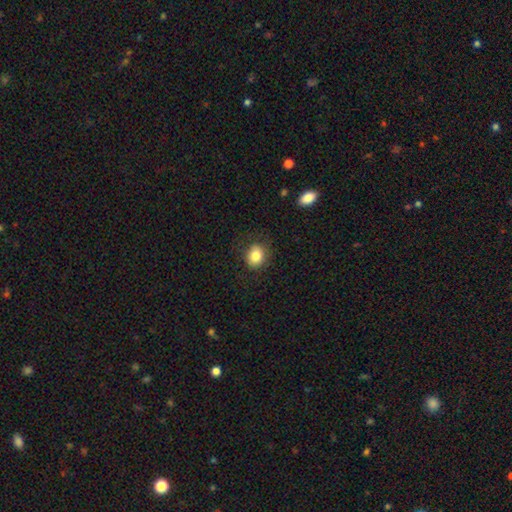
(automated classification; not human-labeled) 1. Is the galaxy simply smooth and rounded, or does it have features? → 83% smooth, 10% star or artifact, 7% featured or disk.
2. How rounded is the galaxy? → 60% round, 39% in between, 1% cigar-shaped.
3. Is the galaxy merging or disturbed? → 82% none, 12% minor disturbance, 4% major disturbance, 1% merger.